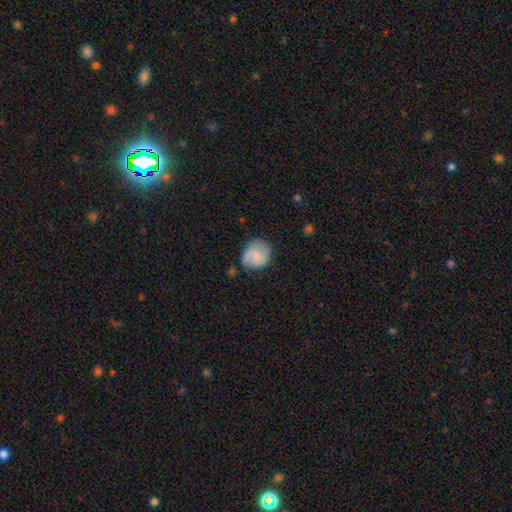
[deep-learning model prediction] The model was most divided on "smooth or featured": smooth: 51%, featured or disk: 41%, star or artifact: 7%. More confident: how rounded — round (69%); merging — none (61%).